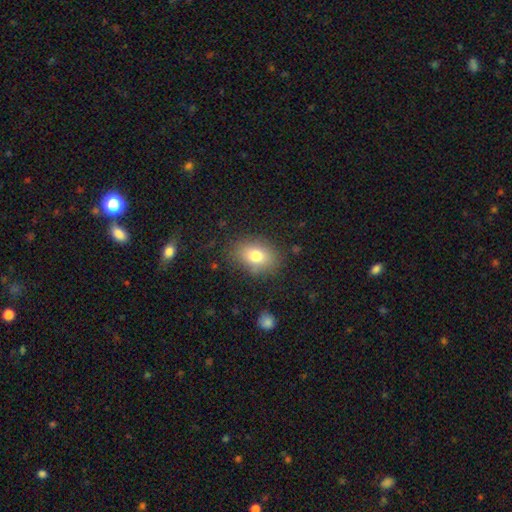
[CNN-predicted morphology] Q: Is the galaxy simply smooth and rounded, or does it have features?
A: smooth — 78%.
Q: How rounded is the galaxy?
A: in between — 75%.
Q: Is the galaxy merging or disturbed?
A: none — 81%.